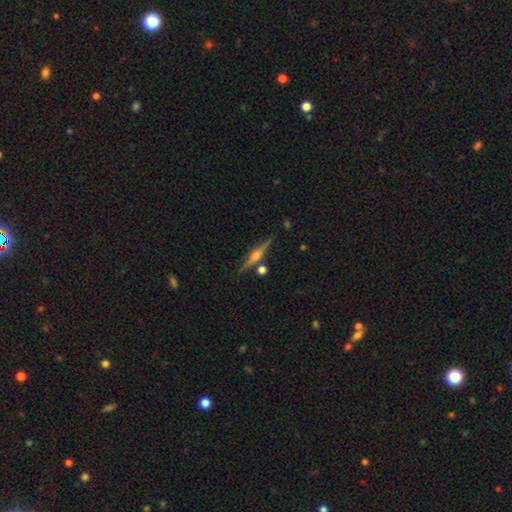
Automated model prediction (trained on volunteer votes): This is likely a featured or disk galaxy (77%). It is clearly viewed edge-on (98%). Edge-on bulge: clearly rounded (90%). Merging: clearly none (83%).